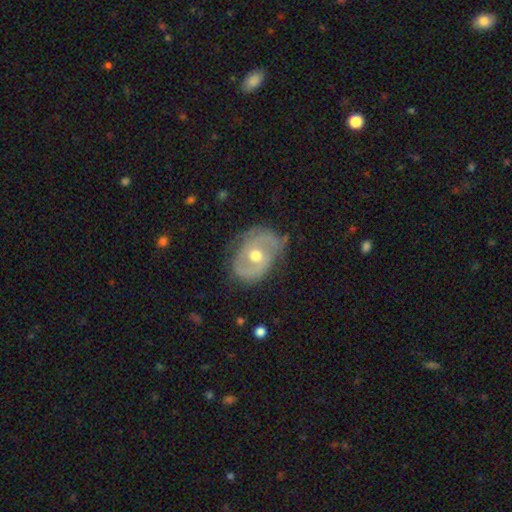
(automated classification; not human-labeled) A featured or disk galaxy (69%) with no bar (71%), spiral arms (60%) and a moderate central bulge (80%).

Vote fractions:
- Smooth or featured? featured or disk: 69% / smooth: 25% / star or artifact: 6%
- Edge-on disk? no: 95% / yes: 5%
- Bar? no: 71% / weak: 23% / strong: 7%
- Spiral arms? yes: 60% / no: 40%
- Bulge size? moderate: 80% / small: 12% / large: 6% / dominant: 1% / none: 1%
- Merging? none: 59% / minor disturbance: 27% / major disturbance: 11% / merger: 2%